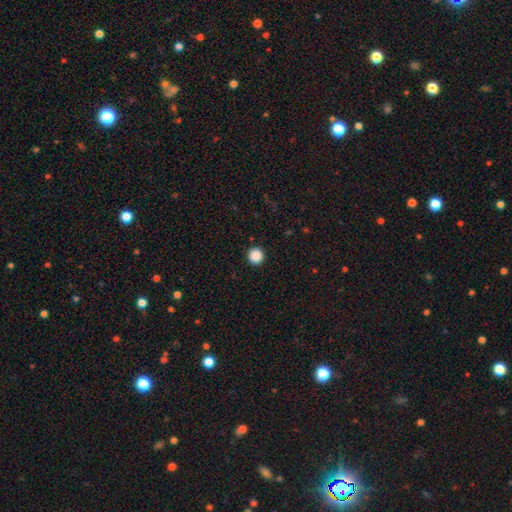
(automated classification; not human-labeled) The model was most divided on "smooth or featured": smooth: 88%, star or artifact: 10%, featured or disk: 2%. More confident: how rounded — round (96%); merging — none (93%).